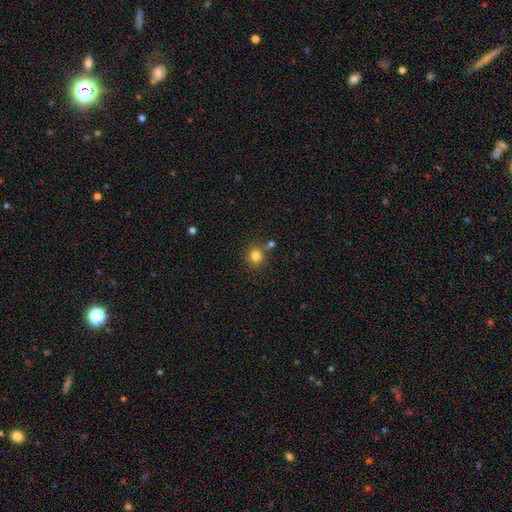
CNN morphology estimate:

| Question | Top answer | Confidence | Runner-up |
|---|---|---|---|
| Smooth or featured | smooth | 81% | star or artifact (13%) |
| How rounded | round | 86% | in between (14%) |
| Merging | none | 75% | merger (12%) |